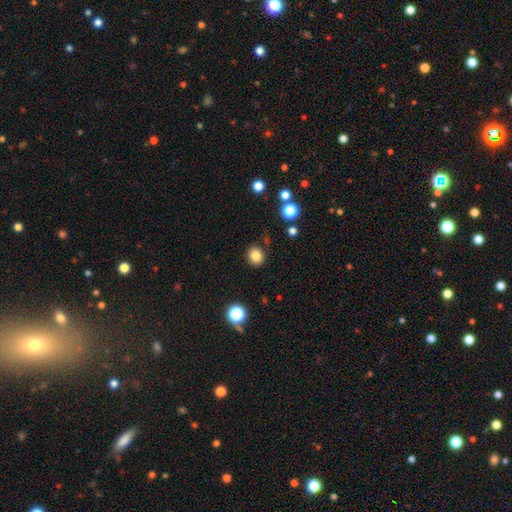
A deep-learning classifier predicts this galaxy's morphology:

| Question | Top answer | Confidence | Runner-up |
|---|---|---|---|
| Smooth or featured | smooth | 84% | star or artifact (11%) |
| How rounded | round | 77% | in between (22%) |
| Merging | none | 85% | minor disturbance (9%) |